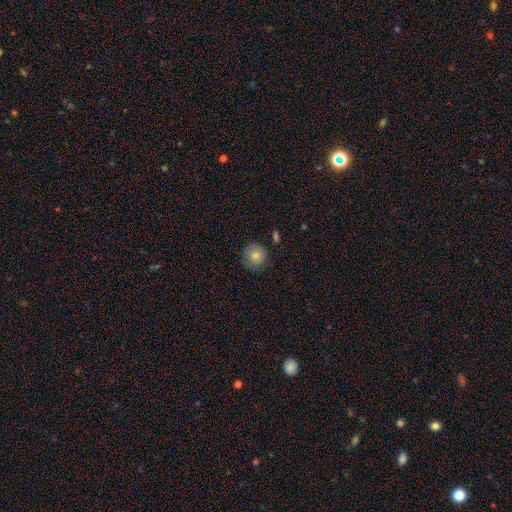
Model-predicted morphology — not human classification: smooth_or_featured: smooth (p=0.79) [alt: featured or disk p=0.12]
how_rounded: round (p=0.93) [alt: in between p=0.06]
merging: none (p=0.80) [alt: minor disturbance p=0.14]